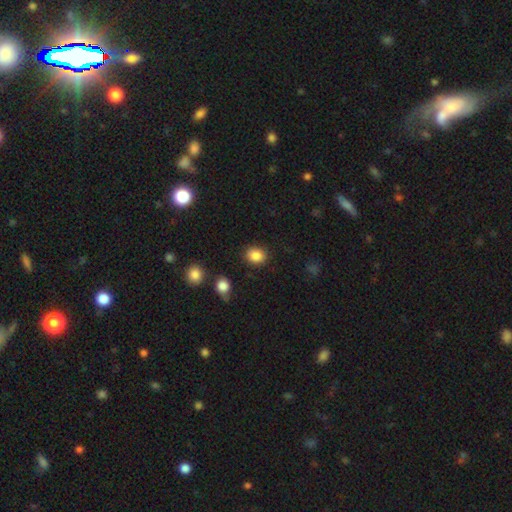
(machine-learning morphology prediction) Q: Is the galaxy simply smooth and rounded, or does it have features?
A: smooth — 86%.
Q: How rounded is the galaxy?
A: round — 55%.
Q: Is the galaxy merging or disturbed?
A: none — 85%.